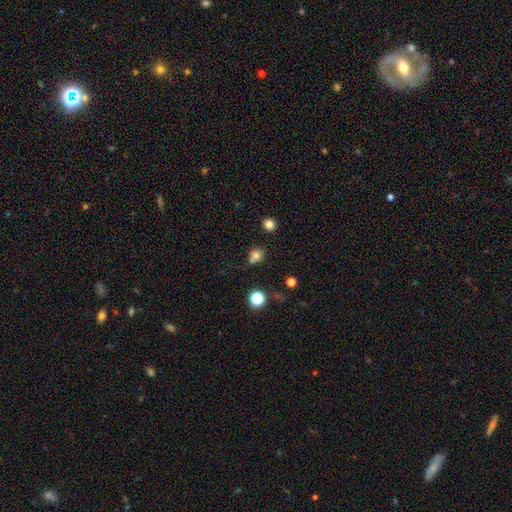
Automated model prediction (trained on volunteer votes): Smooth or featured? smooth (76%)
How rounded? round (80%)
Merging? none (58%)